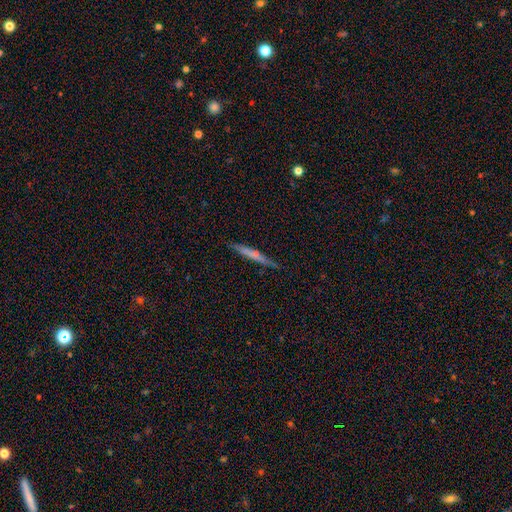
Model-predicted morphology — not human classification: This appears to be a featured or disk galaxy (55%) viewed edge-on (96%) with no central bulge (54%). Merging: none (89%).